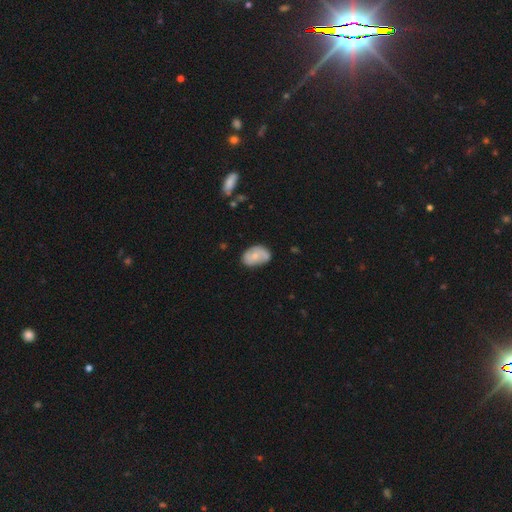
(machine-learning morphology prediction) Smooth or featured?
  - smooth: 55% *
  - featured or disk: 39%
  - star or artifact: 7%
How rounded?
  - in between: 85% *
  - round: 14%
  - cigar-shaped: 1%
Merging?
  - none: 61% *
  - minor disturbance: 30%
  - major disturbance: 7%
  - merger: 2%